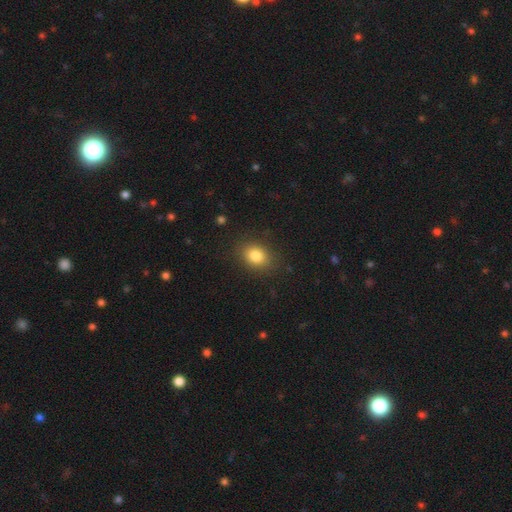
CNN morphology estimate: type=smooth (82%); roundness=in between (58%); merging=none (85%).